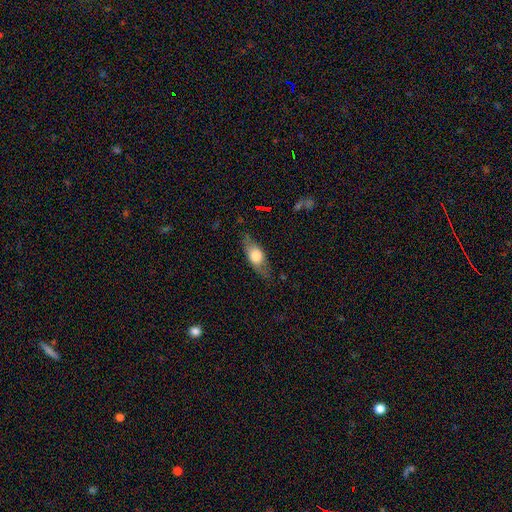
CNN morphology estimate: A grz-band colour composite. It shows a smooth galaxy with no disk features (59%) that is in between round and cigar-shaped (73%). Merging: none (74%).